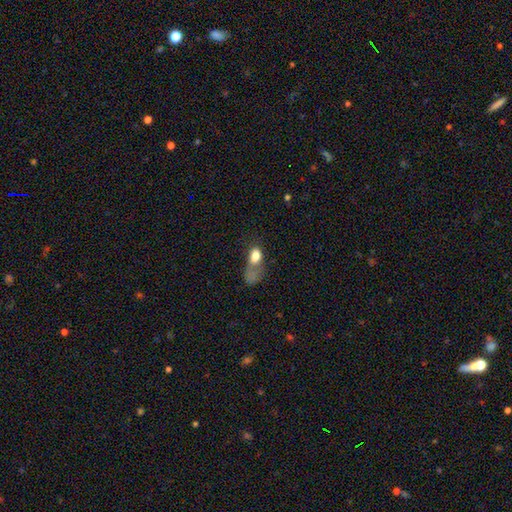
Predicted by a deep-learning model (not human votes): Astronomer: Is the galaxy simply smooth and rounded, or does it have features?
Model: smooth — 72%.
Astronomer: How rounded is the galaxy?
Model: in between — 71%.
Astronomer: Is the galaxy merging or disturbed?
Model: major disturbance — 45% (runner-up: merger, 27%).